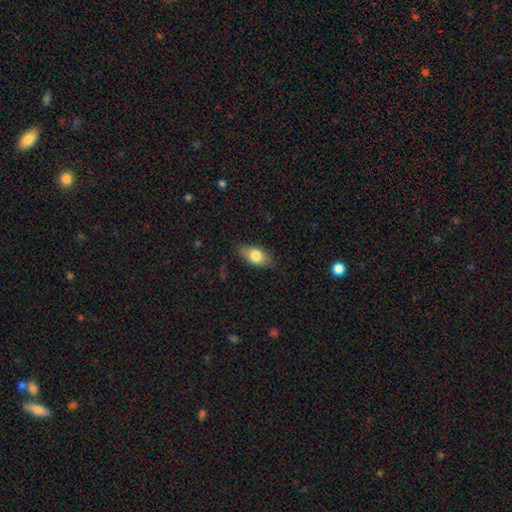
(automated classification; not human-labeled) smooth-or-featured: smooth: 76% | featured or disk: 17% | star or artifact: 7%
  how-rounded: in between: 87% | cigar-shaped: 7% | round: 6%
  merging: none: 83% | minor disturbance: 13% | major disturbance: 3% | merger: 1%